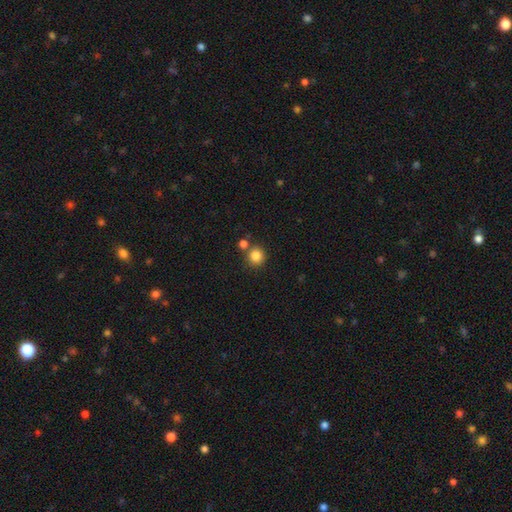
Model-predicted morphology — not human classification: Smooth or featured? smooth (84%)
How rounded? round (92%)
Merging? none (74%)